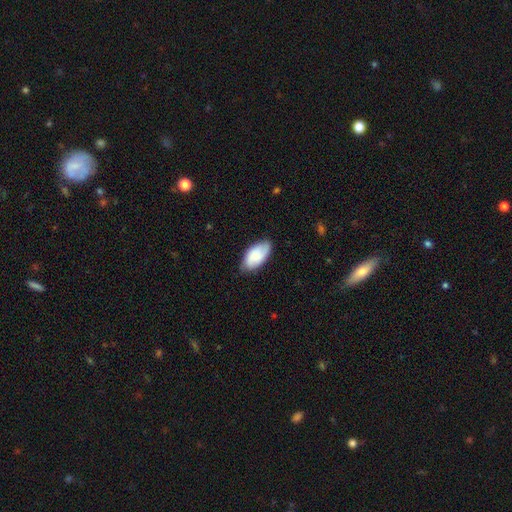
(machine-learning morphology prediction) Smooth or featured?
  - smooth: 70% *
  - featured or disk: 23%
  - star or artifact: 7%
How rounded?
  - in between: 95% *
  - cigar-shaped: 3%
  - round: 2%
Merging?
  - none: 73% *
  - minor disturbance: 22%
  - major disturbance: 4%
  - merger: 1%